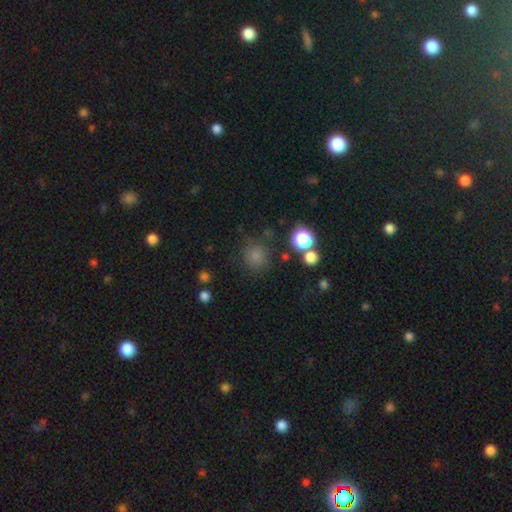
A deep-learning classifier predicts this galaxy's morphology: Overall: smooth (77%). How rounded: round (89%). Merging: none (77%).